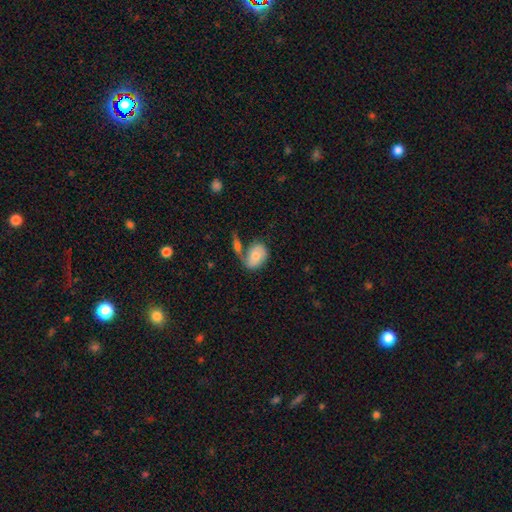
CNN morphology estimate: A smooth galaxy with no disk features (61%) that is in between round and cigar-shaped (75%).

Vote fractions:
- Smooth or featured? smooth: 61% / featured or disk: 32% / star or artifact: 7%
- How rounded? in between: 75% / round: 23% / cigar-shaped: 2%
- Merging? merger: 37% / none: 33% / minor disturbance: 18% / major disturbance: 13%